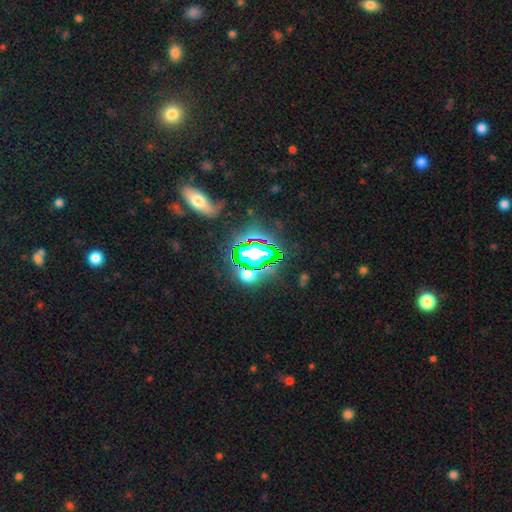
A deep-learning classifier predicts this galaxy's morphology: Smooth or featured: star or artifact — 74% (smooth — 14%)